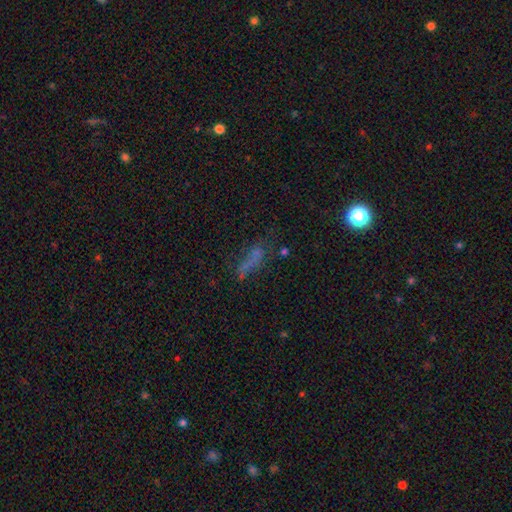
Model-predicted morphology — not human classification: Smooth or featured: smooth — 44% (featured or disk — 28%)
Merging: none — 46% (major disturbance — 23%)